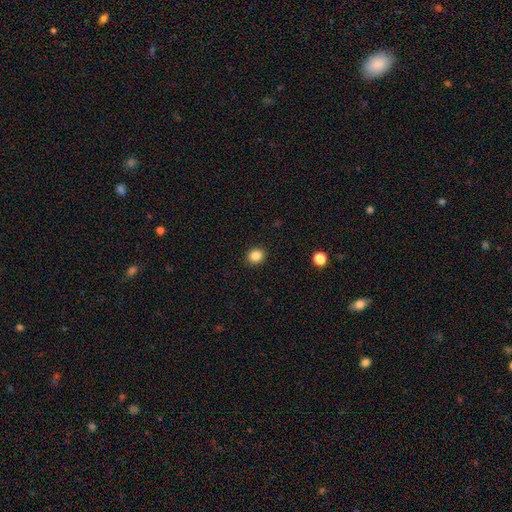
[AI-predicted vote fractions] A smooth galaxy with no disk features (85%) that is round (79%).

Vote fractions:
- Smooth or featured? smooth: 85% / star or artifact: 11% / featured or disk: 4%
- How rounded? round: 79% / in between: 20% / cigar-shaped: 1%
- Merging? none: 92% / minor disturbance: 5% / major disturbance: 2% / merger: 1%